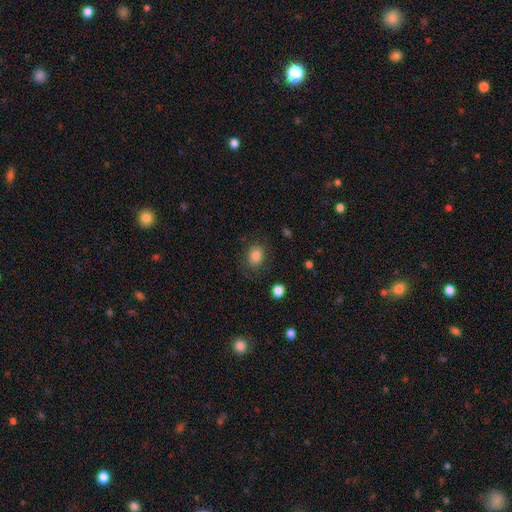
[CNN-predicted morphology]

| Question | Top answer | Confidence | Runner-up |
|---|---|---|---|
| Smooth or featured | smooth | 83% | star or artifact (10%) |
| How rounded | in between | 59% | round (40%) |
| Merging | none | 78% | minor disturbance (15%) |